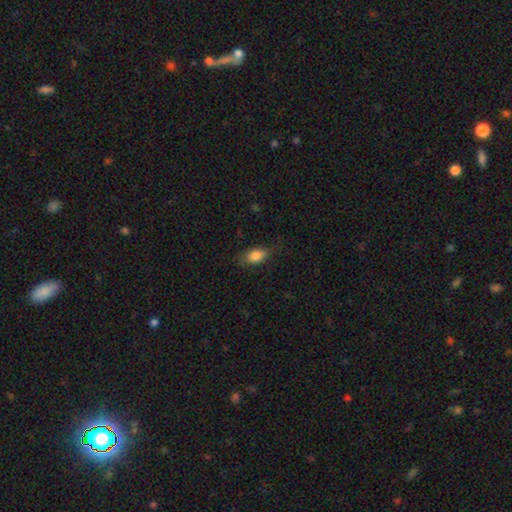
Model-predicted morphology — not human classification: type=smooth (83%); roundness=in between (86%); merging=none (72%).